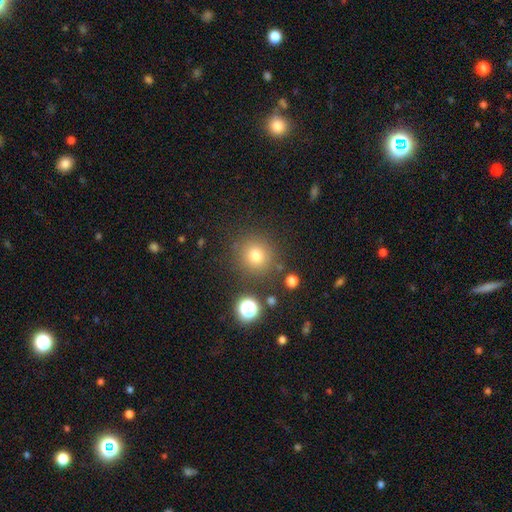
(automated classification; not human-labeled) Q: Smooth or featured?
A: smooth (75%); runner-up: star or artifact (17%)
Q: How rounded?
A: round (92%); runner-up: in between (7%)
Q: Merging?
A: none (85%); runner-up: minor disturbance (8%)